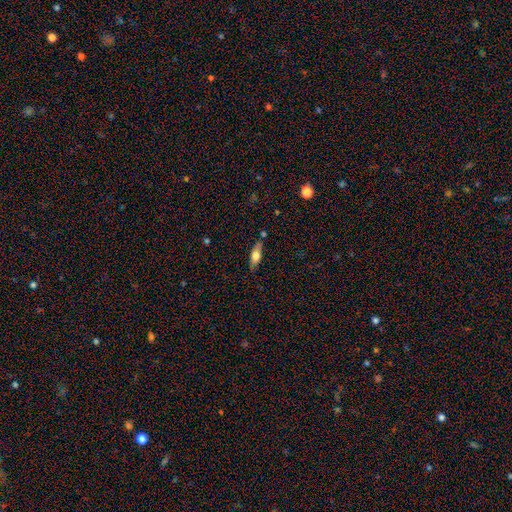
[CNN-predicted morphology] Smooth or featured? smooth (56%)
How rounded? in between (53%)
Merging? none (78%)